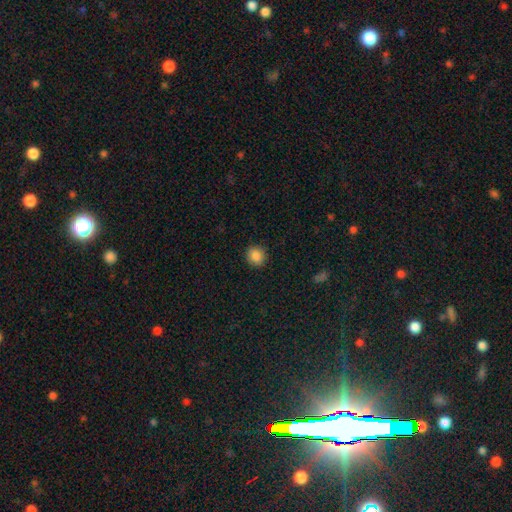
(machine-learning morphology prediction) This is clearly a smooth galaxy (86%). How rounded: clearly round (82%). Merging: clearly none (91%).